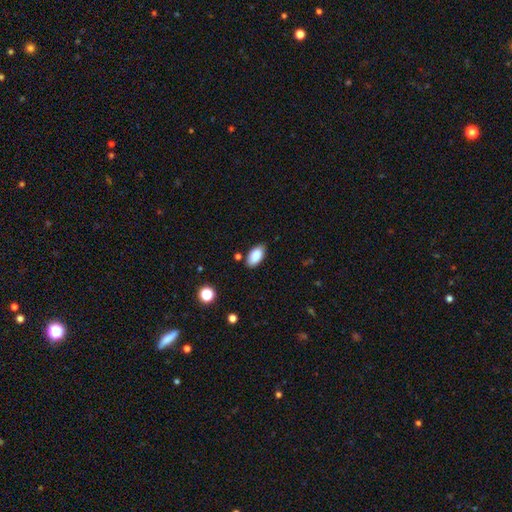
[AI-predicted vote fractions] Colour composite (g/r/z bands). It shows a smooth galaxy with no disk features (87%) that is in between round and cigar-shaped (94%). Merging: none (83%).